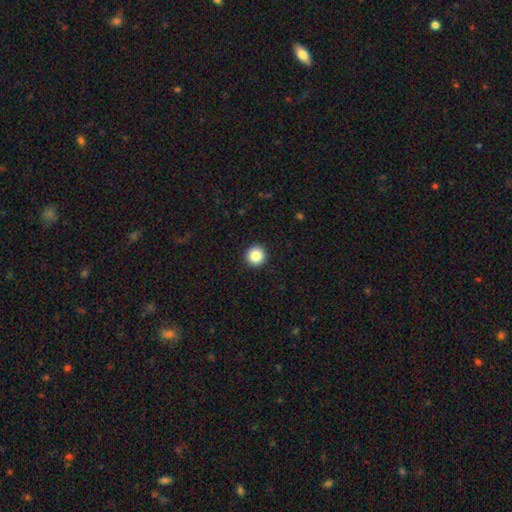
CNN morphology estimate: smooth 86%, star or artifact 9%, featured or disk 4%. Down the decision tree: how rounded — round (96%); merging — none (94%).